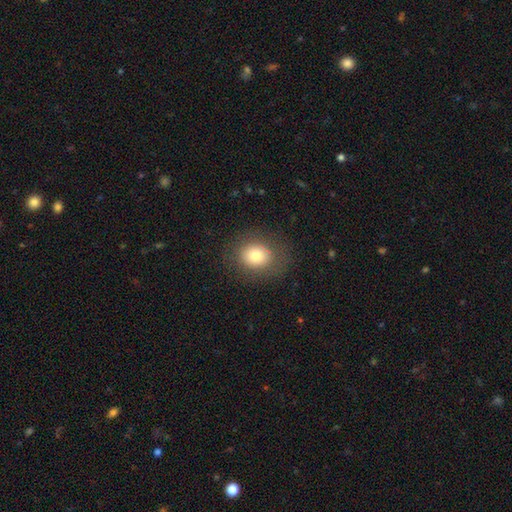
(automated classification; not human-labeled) Smooth or featured? smooth (78%)
How rounded? round (65%)
Merging? none (83%)